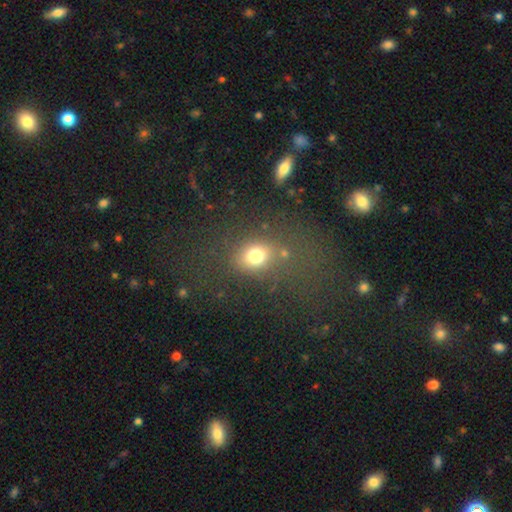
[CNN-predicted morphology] Smooth or featured?
  - smooth: 72% *
  - star or artifact: 18%
  - featured or disk: 10%
How rounded?
  - round: 51% *
  - in between: 46%
  - cigar-shaped: 3%
Merging?
  - none: 63% *
  - minor disturbance: 14%
  - major disturbance: 13%
  - merger: 10%